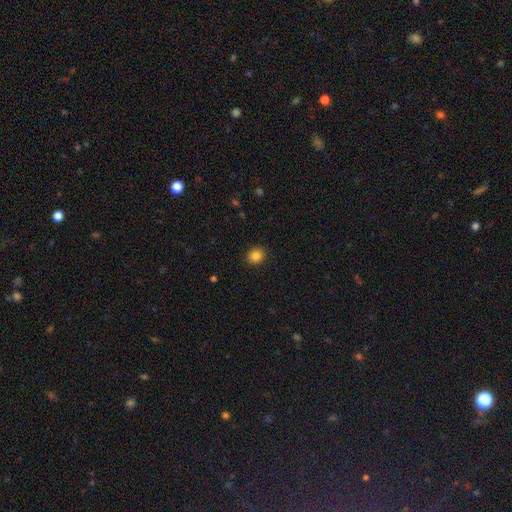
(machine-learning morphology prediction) Smooth or featured? Predicted: smooth (p=0.85). How rounded? Predicted: round (p=0.78). Merging? Predicted: none (p=0.91).